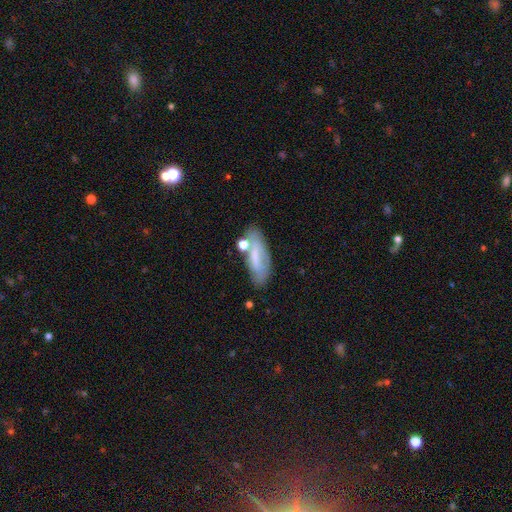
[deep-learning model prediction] Overall: smooth (58%; featured or disk 33%). How rounded: in between (64%; cigar-shaped 33%). Merging: none (56%; minor disturbance 22%).